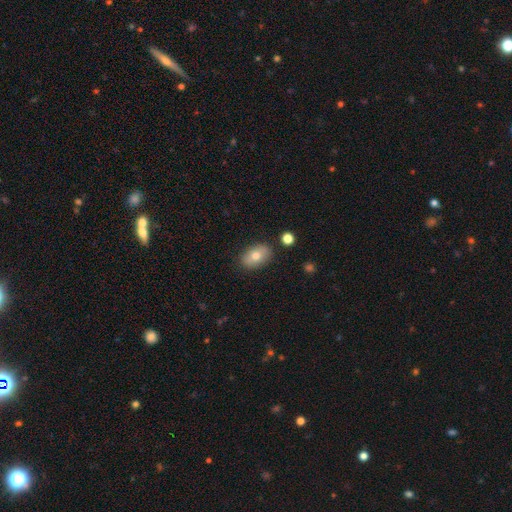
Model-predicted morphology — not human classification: The model was most divided on "smooth or featured": smooth: 74%, featured or disk: 18%, star or artifact: 8%. More confident: how rounded — in between (88%); merging — none (85%).